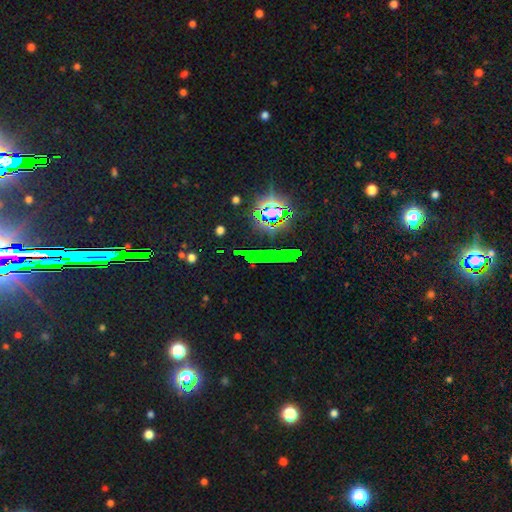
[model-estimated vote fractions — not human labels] This appears to be a star or artifact, not a galaxy (78%).